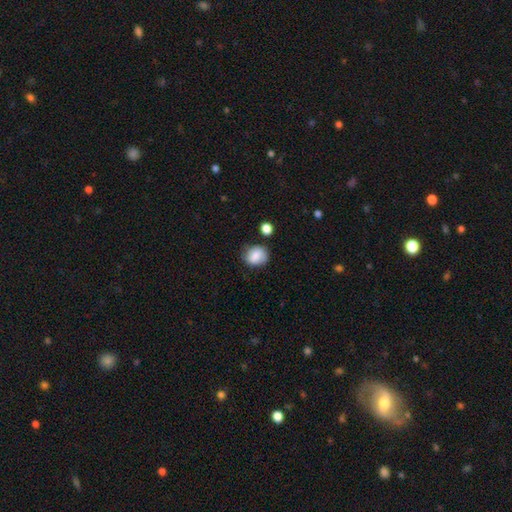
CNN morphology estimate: Smooth or featured: smooth — 80% (featured or disk — 12%)
How rounded: round — 65% (in between — 34%)
Merging: none — 69% (minor disturbance — 21%)